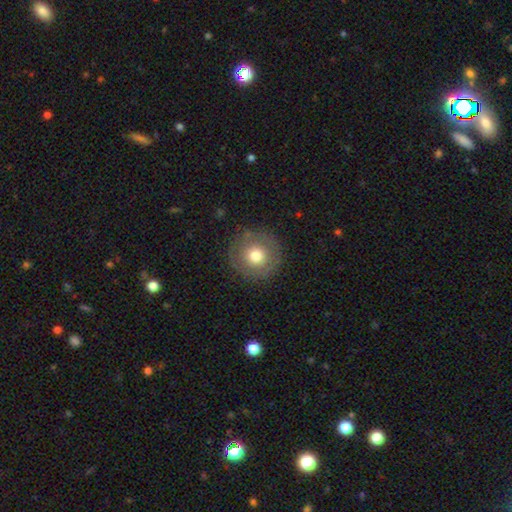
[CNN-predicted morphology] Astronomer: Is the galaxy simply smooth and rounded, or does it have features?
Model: smooth — 68%.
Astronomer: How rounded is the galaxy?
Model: round — 95%.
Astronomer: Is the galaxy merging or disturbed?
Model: none — 86%.